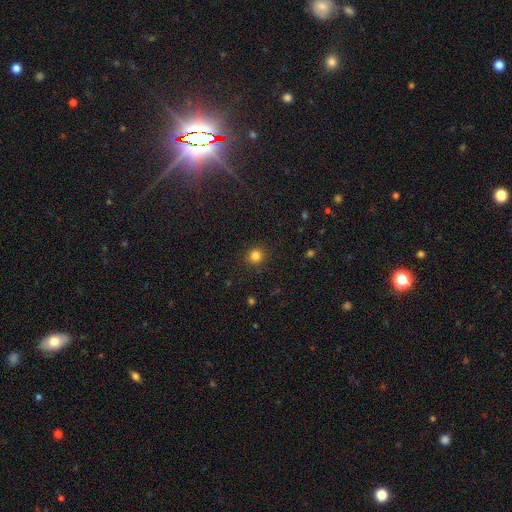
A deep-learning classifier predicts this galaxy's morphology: Overall: smooth (83%). How rounded: round (91%). Merging: none (90%).